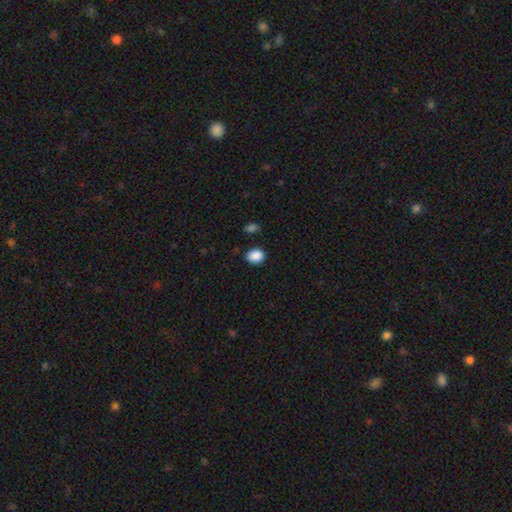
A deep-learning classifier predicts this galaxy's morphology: The model was most divided on "how rounded": in between: 54%, round: 45%, cigar-shaped: 1%. More confident: smooth or featured — smooth (89%); merging — none (84%).